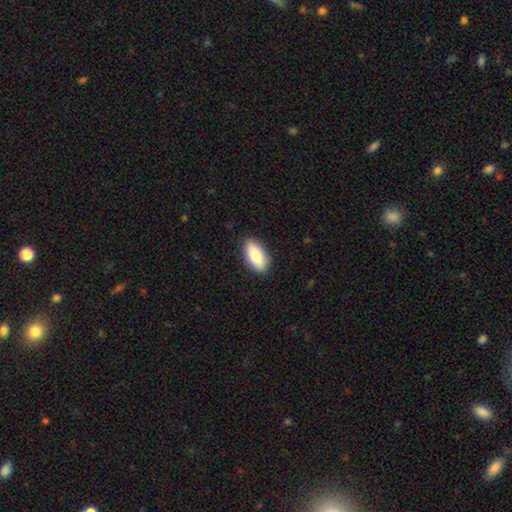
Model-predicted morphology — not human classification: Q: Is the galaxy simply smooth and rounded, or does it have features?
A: smooth — 74%.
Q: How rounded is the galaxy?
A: in between — 87%.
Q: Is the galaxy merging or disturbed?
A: none — 88%.